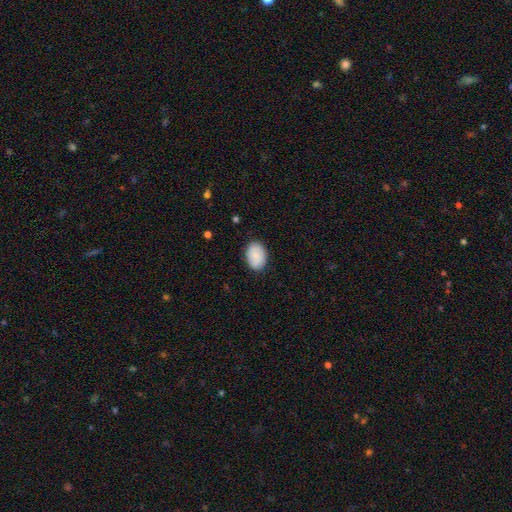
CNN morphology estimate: smooth_or_featured: smooth (p=0.86) [alt: featured or disk p=0.08]
how_rounded: in between (p=0.83) [alt: round p=0.16]
merging: none (p=0.86) [alt: minor disturbance p=0.11]